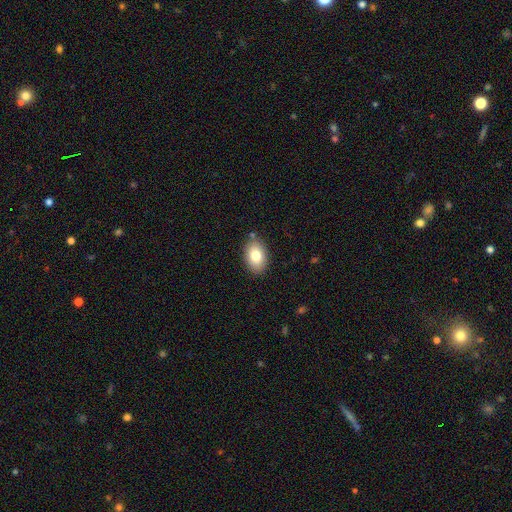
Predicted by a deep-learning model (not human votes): Q: Smooth or featured?
A: smooth (79%); runner-up: featured or disk (13%)
Q: How rounded?
A: in between (87%); runner-up: round (12%)
Q: Merging?
A: none (83%); runner-up: minor disturbance (12%)